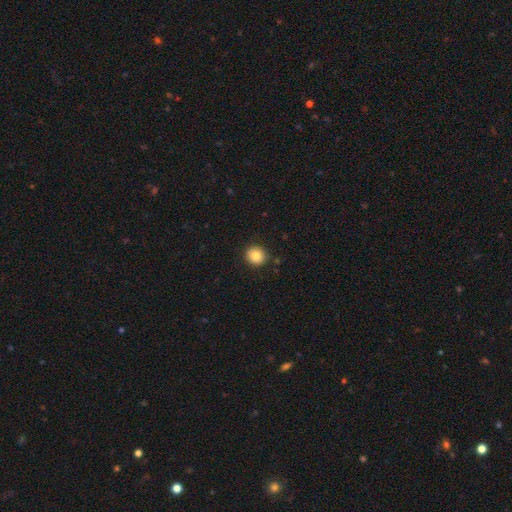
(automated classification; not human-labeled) Smooth or featured?
  - smooth: 84% *
  - star or artifact: 9%
  - featured or disk: 7%
How rounded?
  - round: 88% *
  - in between: 11%
  - cigar-shaped: 1%
Merging?
  - none: 90% *
  - minor disturbance: 7%
  - major disturbance: 2%
  - merger: 1%